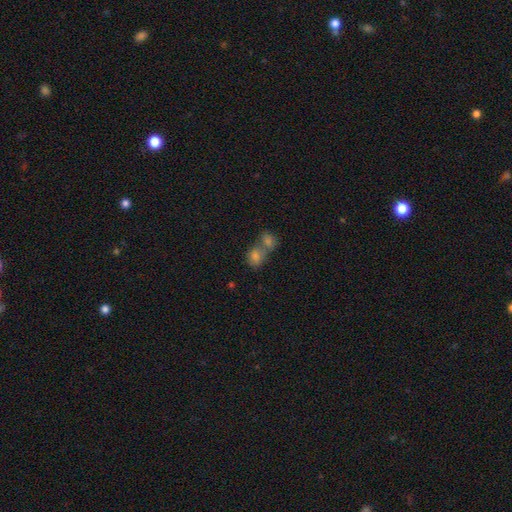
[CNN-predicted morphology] The model was most divided on "how rounded": in between: 55%, round: 43%, cigar-shaped: 2%. More confident: smooth or featured — smooth (75%); merging — merger (63%).